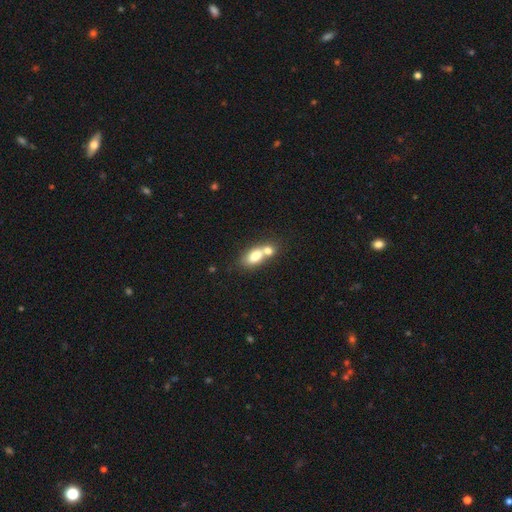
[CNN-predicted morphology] Smooth or featured? smooth (74%)
How rounded? in between (81%)
Merging? merger (56%)